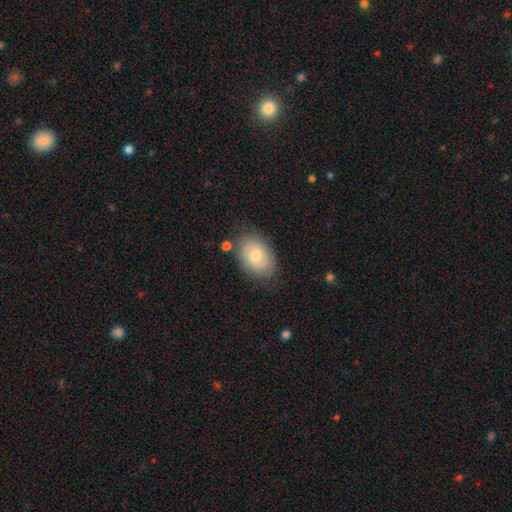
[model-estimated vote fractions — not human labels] Smooth or featured?
  - smooth: 70% *
  - featured or disk: 23%
  - star or artifact: 7%
How rounded?
  - in between: 81% *
  - round: 17%
  - cigar-shaped: 1%
Merging?
  - none: 77% *
  - minor disturbance: 16%
  - major disturbance: 4%
  - merger: 3%